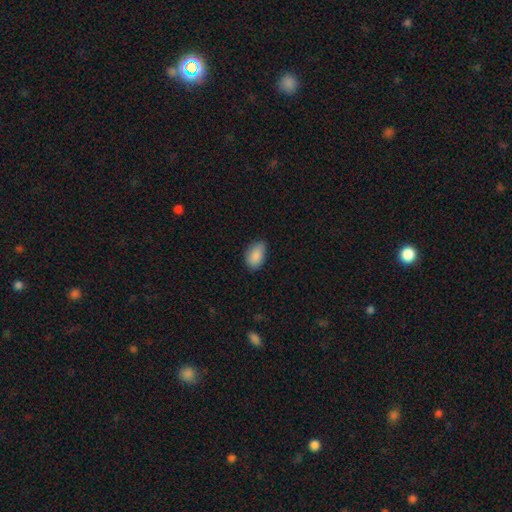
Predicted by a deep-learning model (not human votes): Smooth or featured?
  - smooth: 88% *
  - star or artifact: 7%
  - featured or disk: 5%
How rounded?
  - in between: 91% *
  - round: 7%
  - cigar-shaped: 2%
Merging?
  - none: 71% *
  - minor disturbance: 25%
  - major disturbance: 3%
  - merger: 1%